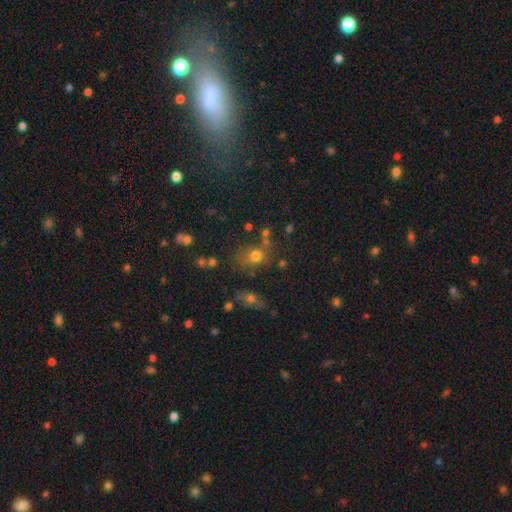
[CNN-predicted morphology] Q: Smooth or featured?
A: smooth (71%); runner-up: star or artifact (18%)
Q: How rounded?
A: round (69%); runner-up: in between (29%)
Q: Merging?
A: none (60%); runner-up: minor disturbance (16%)